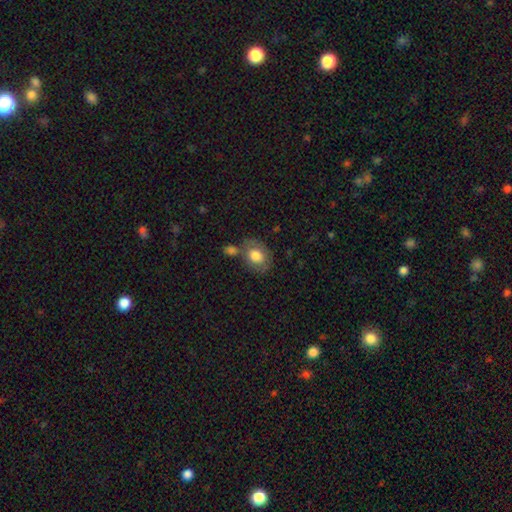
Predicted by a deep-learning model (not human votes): This is likely a smooth galaxy (76%). How rounded: possibly in between (54%). Merging: possibly none (54%).